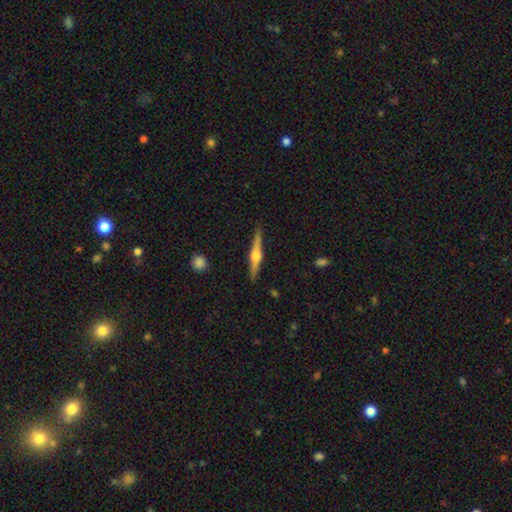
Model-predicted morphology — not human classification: A featured or disk galaxy (74%) viewed edge-on (98%) with a rounded central bulge (94%).

Vote fractions:
- Smooth or featured? featured or disk: 74% / smooth: 21% / star or artifact: 5%
- Edge-on disk? yes: 98% / no: 2%
- Edge-on bulge? rounded: 94% / boxy: 4% / none: 2%
- Merging? none: 89% / minor disturbance: 8% / major disturbance: 2% / merger: 1%